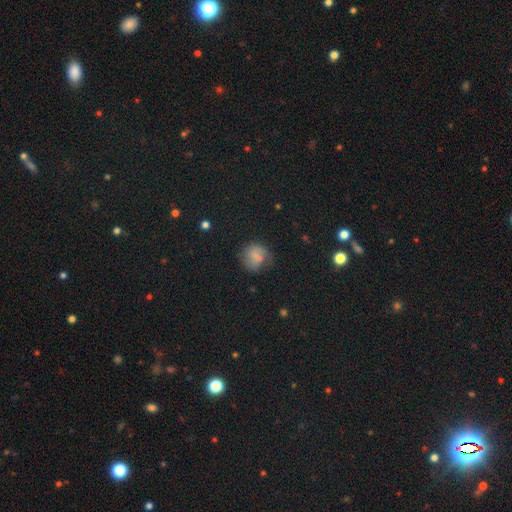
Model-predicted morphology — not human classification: Smooth or featured? Predicted: smooth (p=0.63). How rounded? Predicted: round (p=0.78). Merging? Predicted: none (p=0.56).